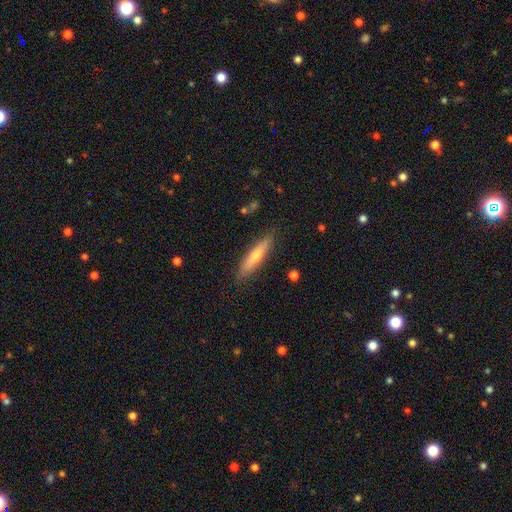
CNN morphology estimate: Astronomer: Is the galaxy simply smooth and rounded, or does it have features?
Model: smooth — 54% (runner-up: featured or disk, 40%).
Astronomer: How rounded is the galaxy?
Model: cigar-shaped — 84%.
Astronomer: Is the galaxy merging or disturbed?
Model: none — 86%.